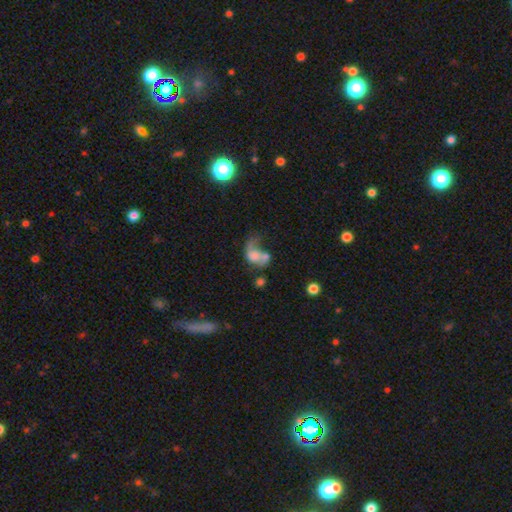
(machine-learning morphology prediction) A smooth galaxy with no disk features (47%). Merging: major disturbance (38%).